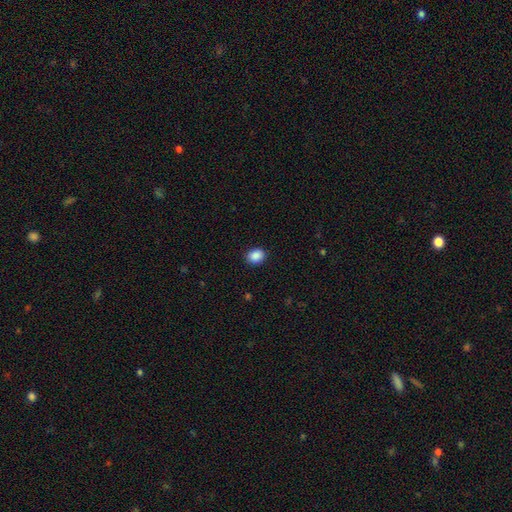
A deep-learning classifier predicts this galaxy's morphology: A smooth galaxy with no disk features (89%) that is round (54%).

Vote fractions:
- Smooth or featured? smooth: 89% / star or artifact: 9% / featured or disk: 3%
- How rounded? round: 54% / in between: 45% / cigar-shaped: 1%
- Merging? none: 90% / minor disturbance: 7% / major disturbance: 2% / merger: 1%